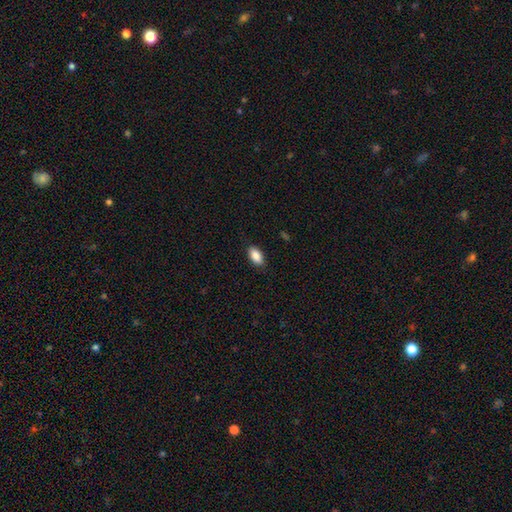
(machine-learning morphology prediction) smooth 88%, star or artifact 7%, featured or disk 5%. Down the decision tree: how rounded — in between (92%); merging — none (87%).